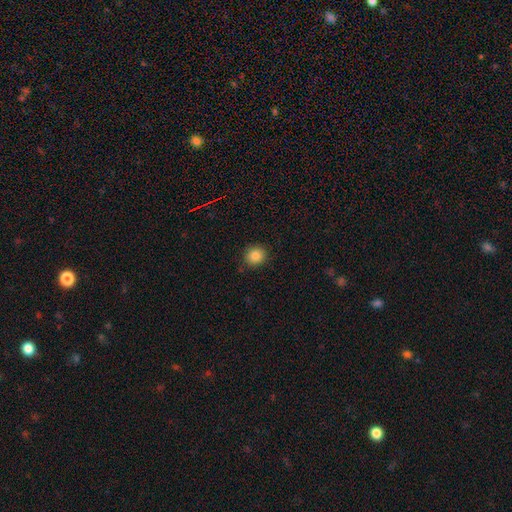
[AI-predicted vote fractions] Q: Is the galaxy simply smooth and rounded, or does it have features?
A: smooth — 86%.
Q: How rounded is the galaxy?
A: round — 85%.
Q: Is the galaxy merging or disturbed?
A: none — 87%.